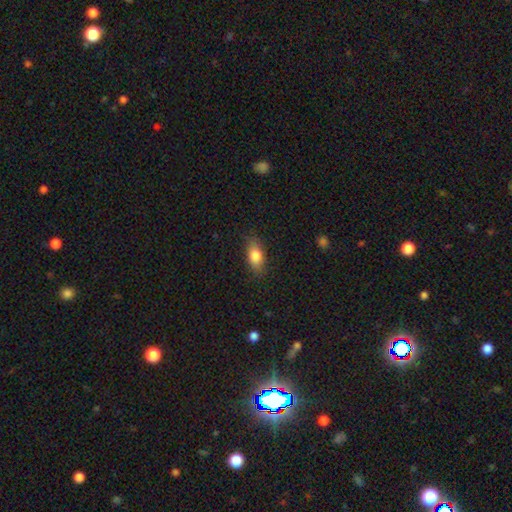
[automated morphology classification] This is clearly a smooth galaxy (81%). How rounded: clearly in between (83%). Merging: clearly none (84%).